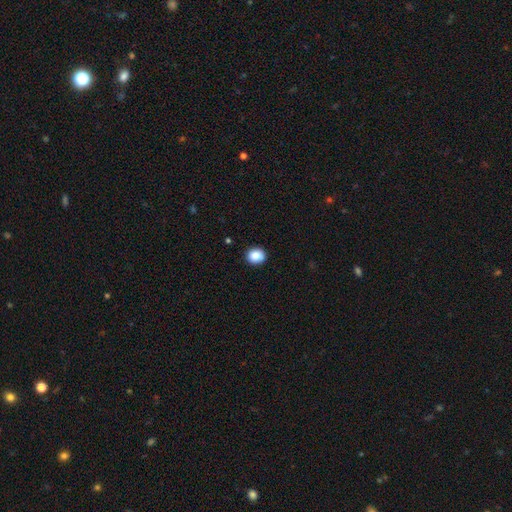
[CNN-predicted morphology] Smooth or featured? smooth (86%)
How rounded? round (71%)
Merging? none (90%)